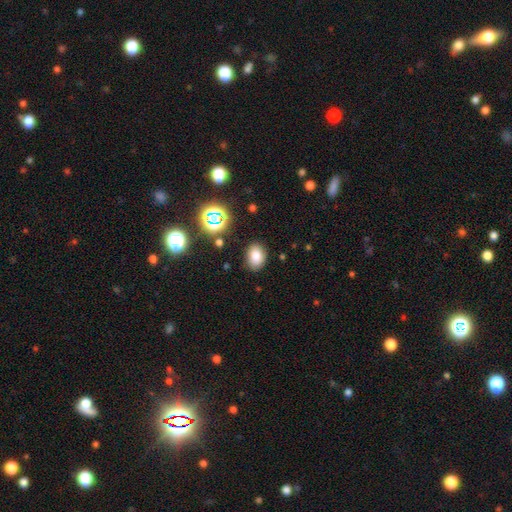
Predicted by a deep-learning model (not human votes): smooth_or_featured: smooth (p=0.78) [alt: star or artifact p=0.14]
how_rounded: in between (p=0.77) [alt: round p=0.22]
merging: none (p=0.85) [alt: minor disturbance p=0.10]